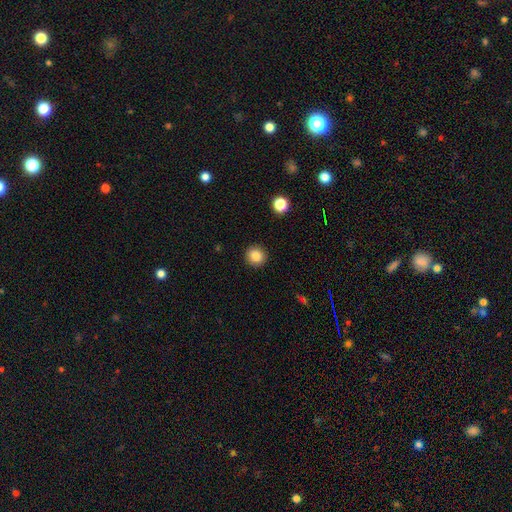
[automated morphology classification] Smooth or featured? Predicted: smooth (p=0.85). How rounded? Predicted: round (p=0.92). Merging? Predicted: none (p=0.92).